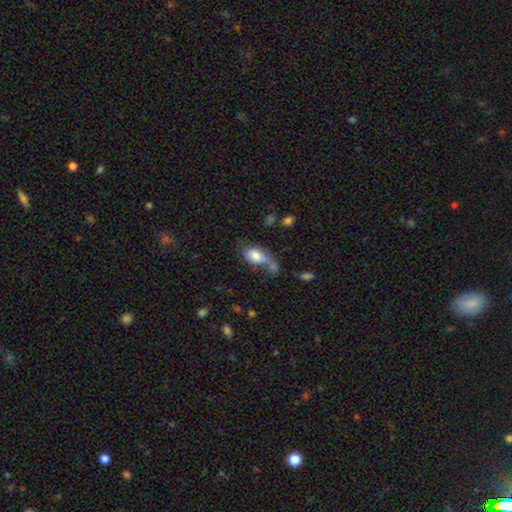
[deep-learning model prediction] This is likely a smooth galaxy (76%). How rounded: clearly in between (88%). Merging: marginally merger (37%).